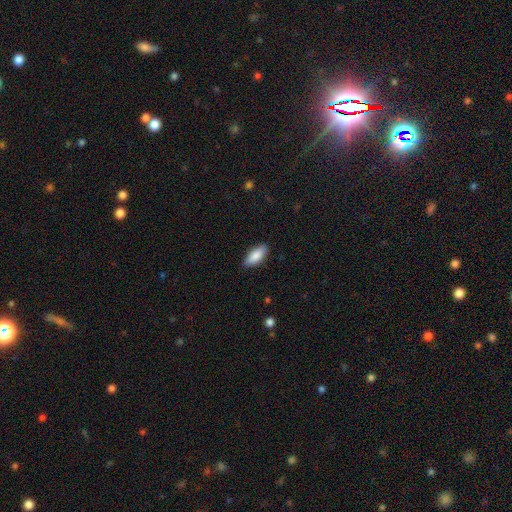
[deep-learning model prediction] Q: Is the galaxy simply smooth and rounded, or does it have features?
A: smooth — 86%.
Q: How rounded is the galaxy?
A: in between — 80%.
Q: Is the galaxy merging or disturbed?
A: none — 87%.